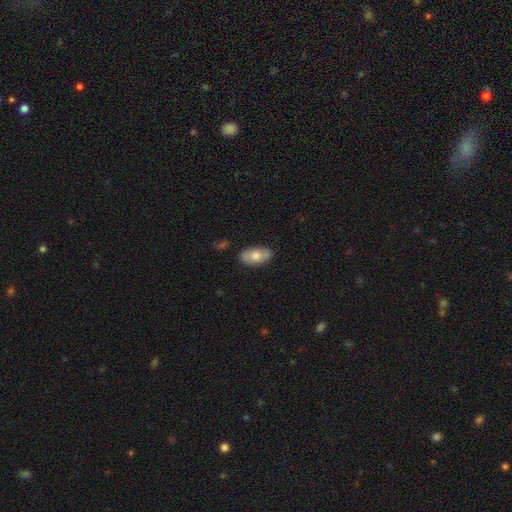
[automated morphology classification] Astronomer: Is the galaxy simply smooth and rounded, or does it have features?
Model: smooth — 71%.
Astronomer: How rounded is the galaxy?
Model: in between — 92%.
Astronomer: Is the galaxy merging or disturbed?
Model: none — 82%.